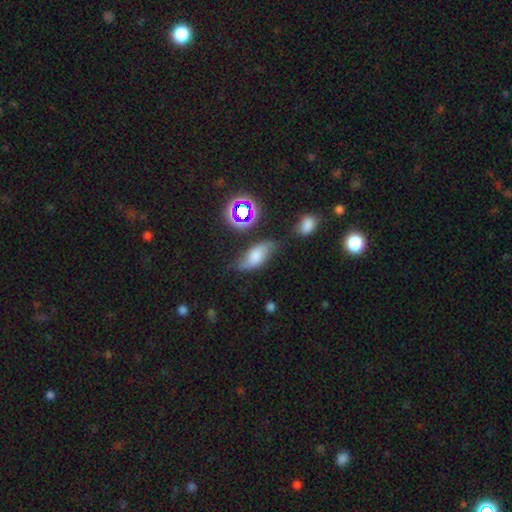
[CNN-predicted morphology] Smooth or featured?
  - smooth: 47% *
  - featured or disk: 38%
  - star or artifact: 15%
Merging?
  - none: 55% *
  - minor disturbance: 28%
  - major disturbance: 10%
  - merger: 6%